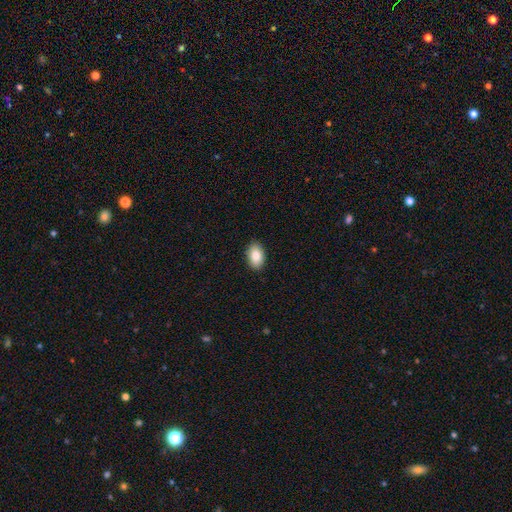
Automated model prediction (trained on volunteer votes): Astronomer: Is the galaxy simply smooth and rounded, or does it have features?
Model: smooth — 86%.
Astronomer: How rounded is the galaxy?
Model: in between — 90%.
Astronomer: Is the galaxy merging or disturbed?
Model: none — 90%.